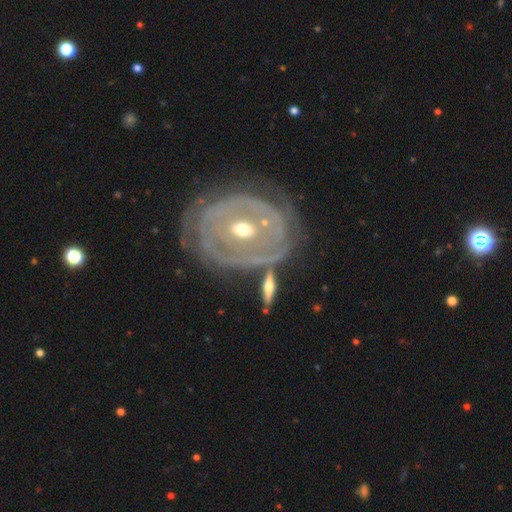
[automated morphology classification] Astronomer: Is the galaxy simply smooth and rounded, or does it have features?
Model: featured or disk — 83%.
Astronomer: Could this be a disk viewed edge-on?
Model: no — 95%.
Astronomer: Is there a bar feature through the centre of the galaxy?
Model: no — 41% (runner-up: weak, 36%).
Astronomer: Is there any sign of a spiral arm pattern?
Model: yes — 77%.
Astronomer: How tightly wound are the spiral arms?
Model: tight — 78%.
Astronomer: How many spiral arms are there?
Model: can't tell — 42% (runner-up: 2, 25%).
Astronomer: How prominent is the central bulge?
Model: moderate — 51% (runner-up: small, 45%).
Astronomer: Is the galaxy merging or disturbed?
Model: none — 74%.